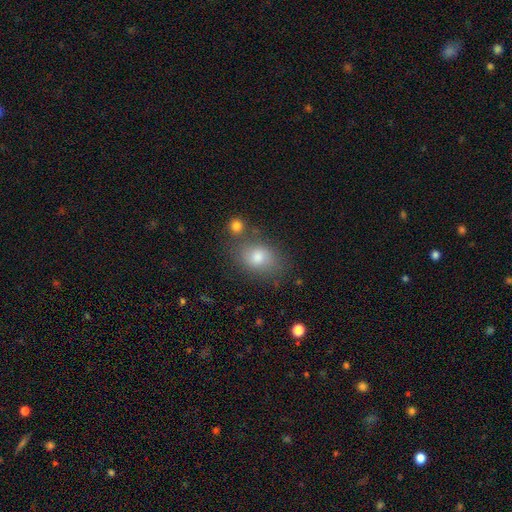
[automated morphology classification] type=smooth (74%); roundness=in between (67%); merging=none (70%).